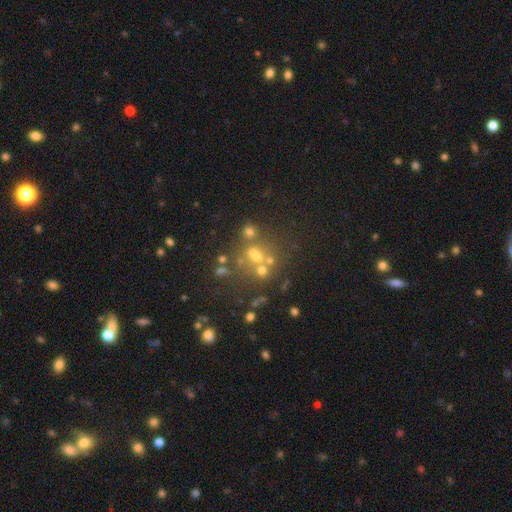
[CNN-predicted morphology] Smooth or featured? Predicted: smooth (p=0.41). Merging? Predicted: none (p=0.50).